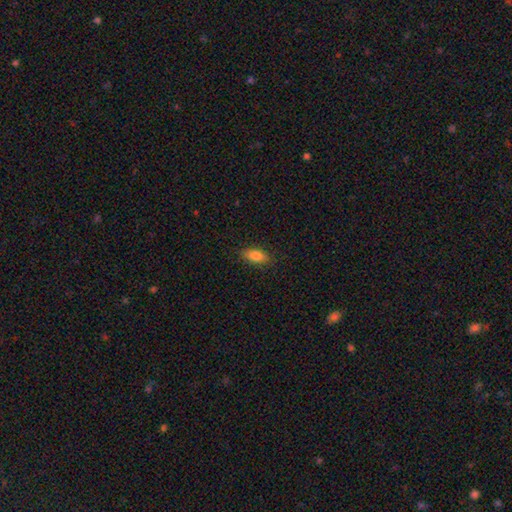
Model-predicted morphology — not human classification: Overall: smooth (83%). How rounded: in between (84%). Merging: none (85%).